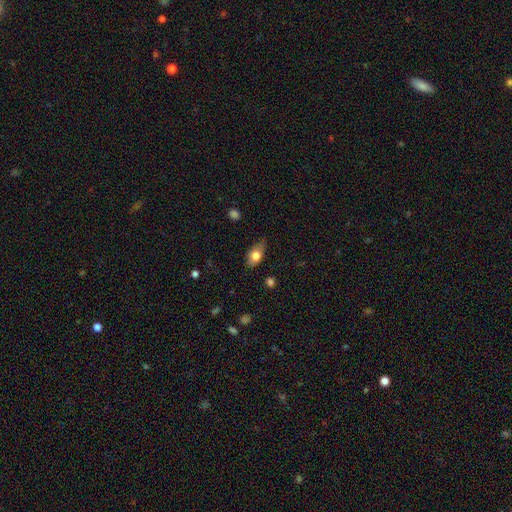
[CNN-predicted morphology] smooth-or-featured: smooth: 75% | featured or disk: 17% | star or artifact: 8%
  how-rounded: in between: 86% | round: 10% | cigar-shaped: 5%
  merging: none: 71% | minor disturbance: 24% | major disturbance: 4% | merger: 1%